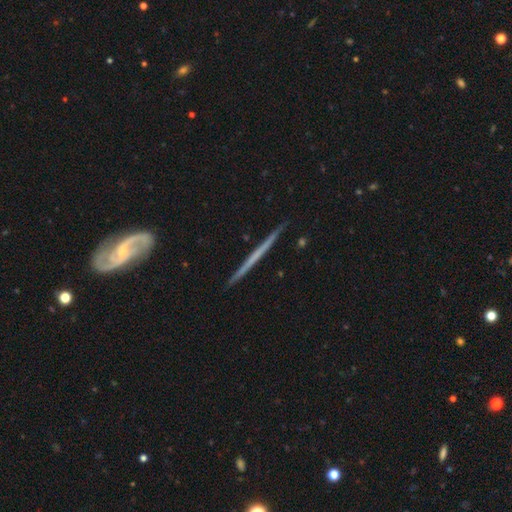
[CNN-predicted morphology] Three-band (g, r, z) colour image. It shows a featured or disk galaxy (70%) viewed edge-on (95%) with no central bulge (85%). Merging: none (88%).